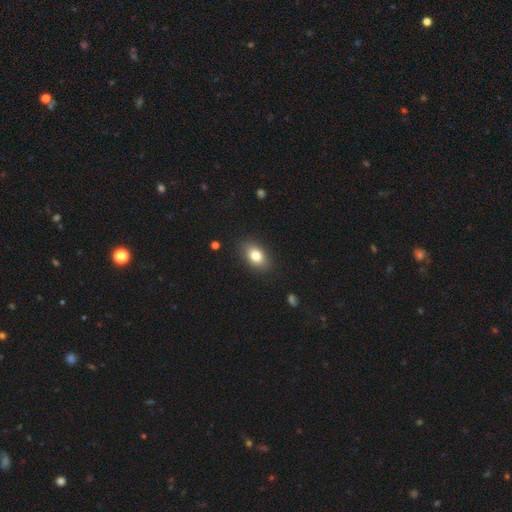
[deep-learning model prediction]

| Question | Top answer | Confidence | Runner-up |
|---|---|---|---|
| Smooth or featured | smooth | 80% | featured or disk (11%) |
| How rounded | in between | 84% | round (14%) |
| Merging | none | 87% | minor disturbance (9%) |